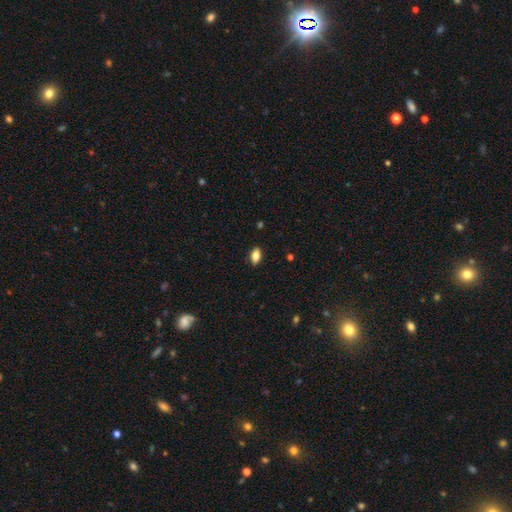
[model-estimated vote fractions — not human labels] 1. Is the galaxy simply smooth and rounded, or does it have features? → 80% smooth, 11% featured or disk, 8% star or artifact.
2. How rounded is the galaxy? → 89% in between, 6% cigar-shaped, 5% round.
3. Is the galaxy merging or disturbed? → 87% none, 10% minor disturbance, 2% major disturbance, 1% merger.